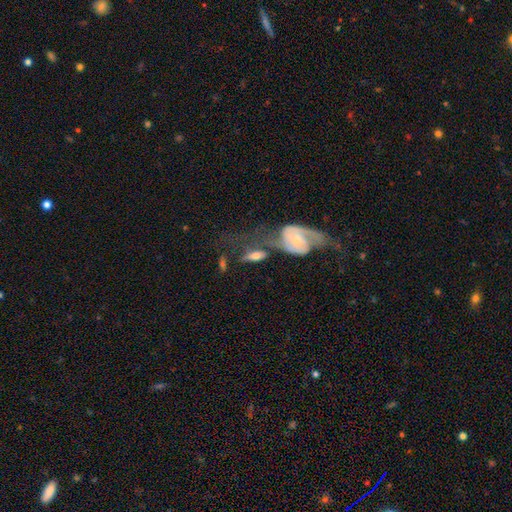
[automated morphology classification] smooth-or-featured: featured or disk: 54% | smooth: 37% | star or artifact: 9%
  disk-edge-on: no: 63% | yes: 37%
  merging: none: 34% | merger: 33% | minor disturbance: 17% | major disturbance: 16%